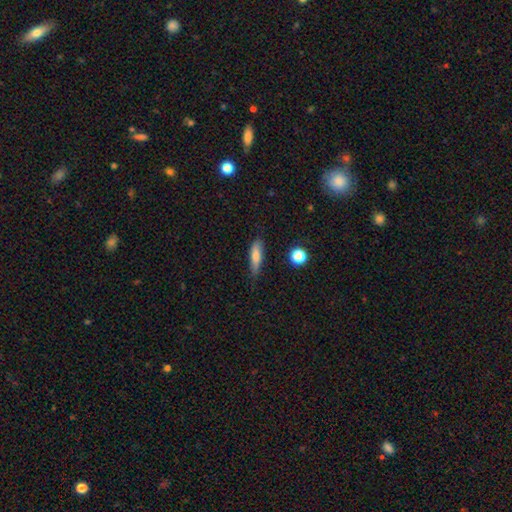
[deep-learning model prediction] Q: Smooth or featured?
A: smooth (73%); runner-up: featured or disk (19%)
Q: How rounded?
A: cigar-shaped (65%); runner-up: in between (31%)
Q: Merging?
A: none (74%); runner-up: minor disturbance (20%)